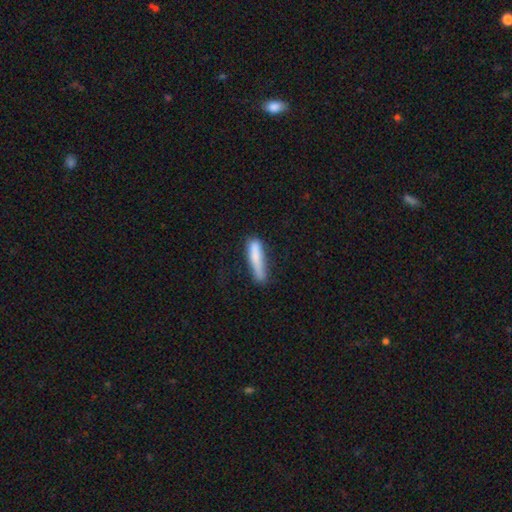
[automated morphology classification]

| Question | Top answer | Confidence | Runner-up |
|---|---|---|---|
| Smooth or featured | smooth | 79% | featured or disk (14%) |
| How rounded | cigar-shaped | 86% | in between (12%) |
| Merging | none | 61% | minor disturbance (27%) |